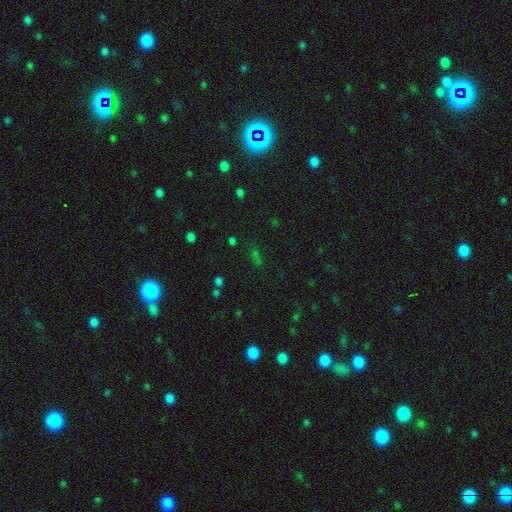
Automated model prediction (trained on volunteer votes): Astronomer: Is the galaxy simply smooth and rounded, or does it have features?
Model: star or artifact — 58%.